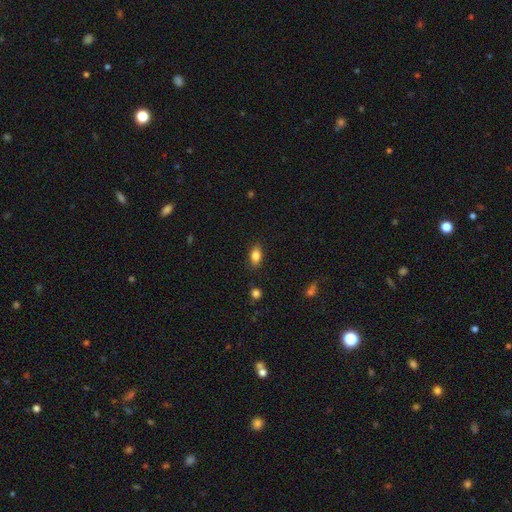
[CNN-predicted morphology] type=smooth (84%); roundness=in between (87%); merging=none (86%).